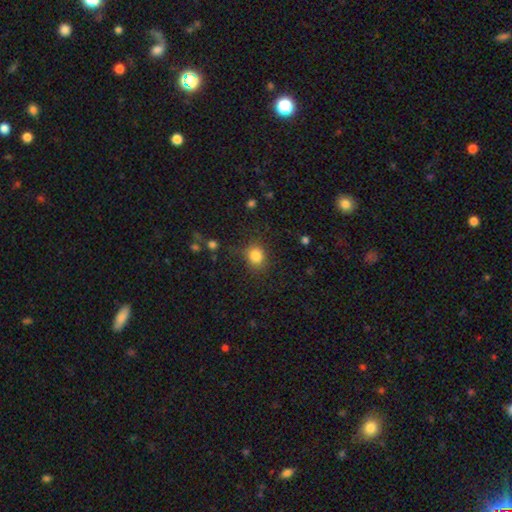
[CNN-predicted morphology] This is clearly a smooth galaxy (83%). How rounded: likely round (76%). Merging: likely none (78%).